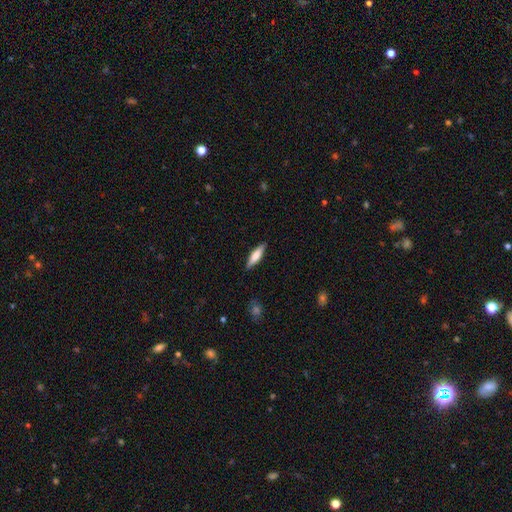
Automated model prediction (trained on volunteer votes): A smooth galaxy with no disk features (71%) that is cigar-shaped (67%). Merging: none (88%).